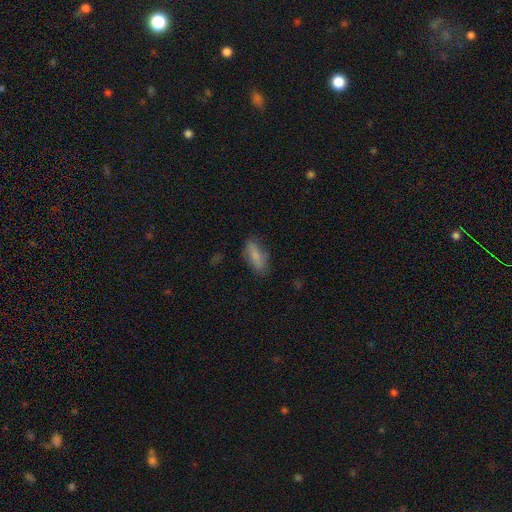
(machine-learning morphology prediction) A smooth galaxy with no disk features (80%) that is in between round and cigar-shaped (79%). Merging: none (73%).